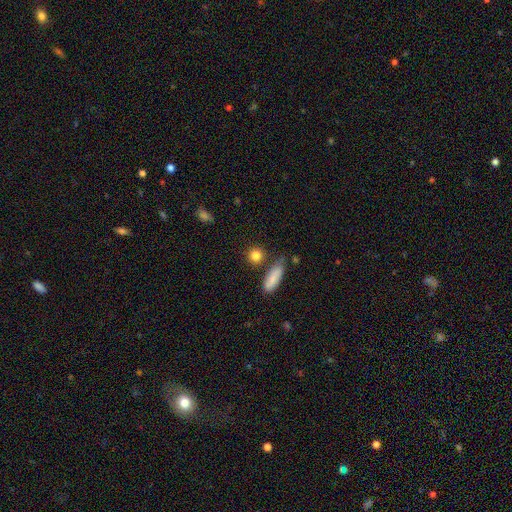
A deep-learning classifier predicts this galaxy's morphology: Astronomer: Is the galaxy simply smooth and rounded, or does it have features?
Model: smooth — 85%.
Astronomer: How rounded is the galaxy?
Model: round — 81%.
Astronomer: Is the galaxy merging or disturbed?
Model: none — 77%.